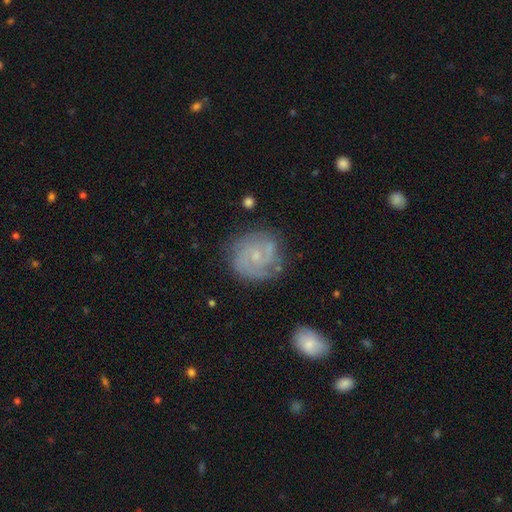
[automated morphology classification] smooth_or_featured: featured or disk (p=0.75) [alt: smooth p=0.18]
disk_edge_on: no (p=0.98) [alt: yes p=0.02]
bar: no (p=0.63) [alt: weak p=0.32]
has_spiral_arms: yes (p=0.91) [alt: no p=0.09]
spiral_winding: tight (p=0.53) [alt: medium p=0.36]
spiral_arm_count: 2 (p=0.52) [alt: can't tell p=0.24]
bulge_size: small (p=0.71) [alt: moderate p=0.19]
merging: none (p=0.73) [alt: minor disturbance p=0.17]